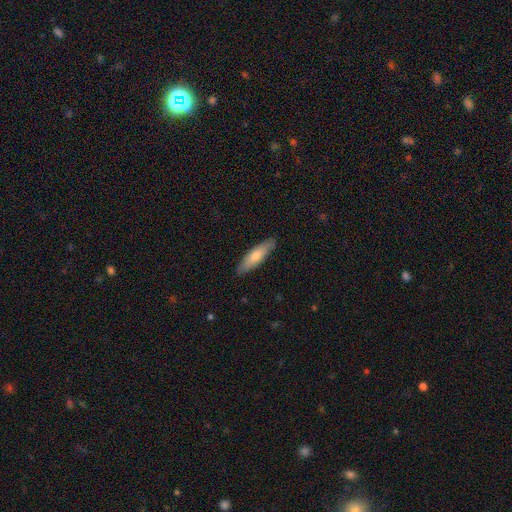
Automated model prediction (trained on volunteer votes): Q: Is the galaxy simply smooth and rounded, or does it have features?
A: smooth — 64%.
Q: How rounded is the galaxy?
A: cigar-shaped — 67%.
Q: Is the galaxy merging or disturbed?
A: none — 87%.